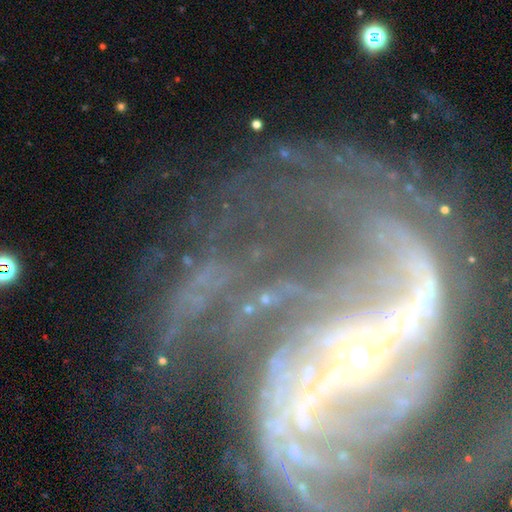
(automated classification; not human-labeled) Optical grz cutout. It shows a featured or disk galaxy (91%) with a strong bar (65%), 2 (59%) loose (44%) spiral arms (96%) and a small central bulge (82%). Merging: none (47%).